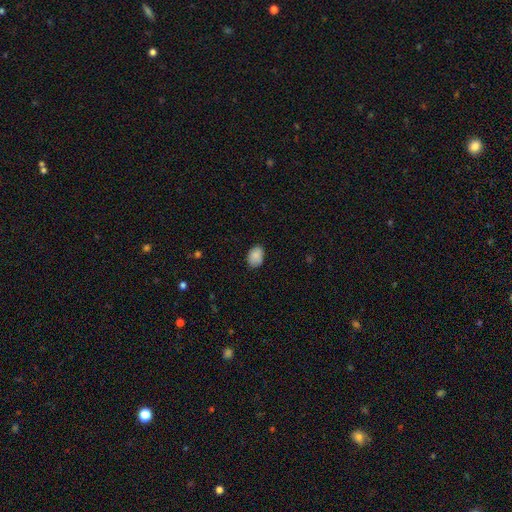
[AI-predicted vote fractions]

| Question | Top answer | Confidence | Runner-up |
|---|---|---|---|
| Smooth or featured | smooth | 88% | star or artifact (8%) |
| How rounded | in between | 78% | round (21%) |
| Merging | none | 79% | minor disturbance (17%) |